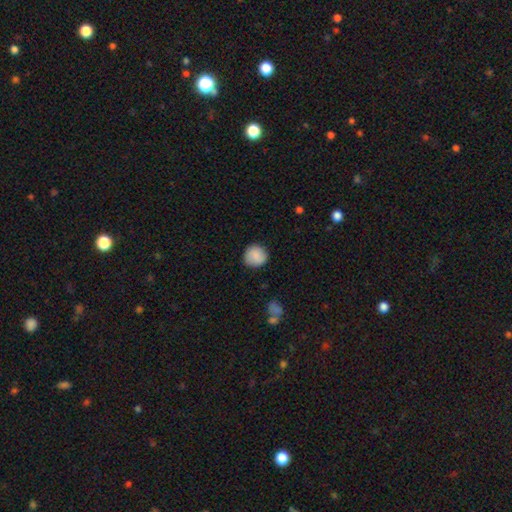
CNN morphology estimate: This is clearly a smooth galaxy (87%). How rounded: clearly round (91%). Merging: clearly none (86%).